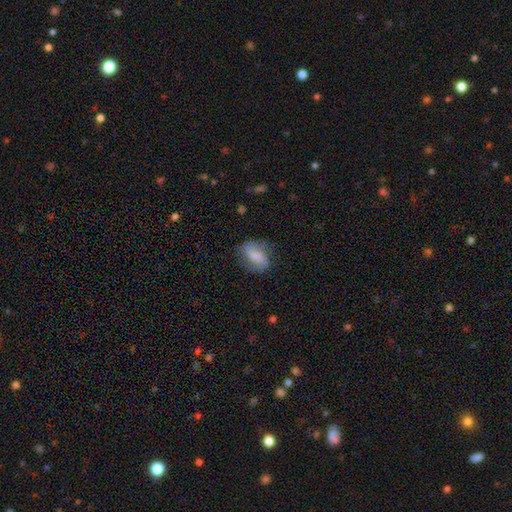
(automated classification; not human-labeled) Q: Smooth or featured?
A: smooth (60%); runner-up: featured or disk (32%)
Q: How rounded?
A: in between (81%); runner-up: round (15%)
Q: Merging?
A: none (67%); runner-up: minor disturbance (22%)